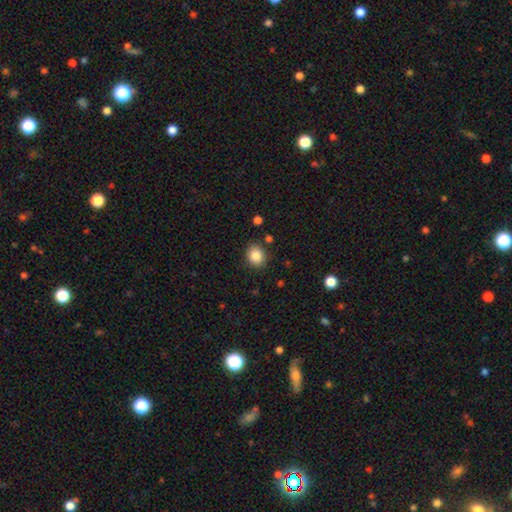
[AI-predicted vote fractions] Smooth or featured?
  - smooth: 85% *
  - star or artifact: 9%
  - featured or disk: 5%
How rounded?
  - round: 69% *
  - in between: 30%
  - cigar-shaped: 1%
Merging?
  - none: 86% *
  - minor disturbance: 9%
  - major disturbance: 3%
  - merger: 2%